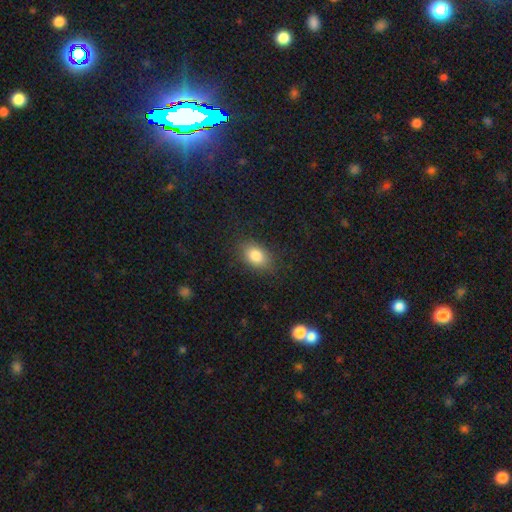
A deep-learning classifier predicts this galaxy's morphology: smooth 83%, star or artifact 10%, featured or disk 8%. Down the decision tree: how rounded — in between (80%); merging — none (83%).